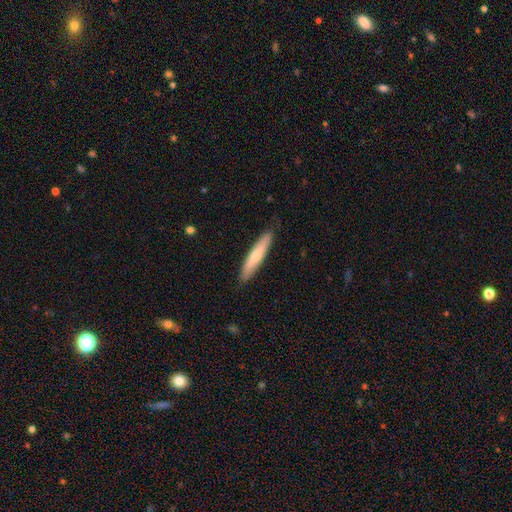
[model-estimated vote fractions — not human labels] Q: Smooth or featured?
A: smooth (63%); runner-up: featured or disk (31%)
Q: How rounded?
A: cigar-shaped (90%); runner-up: in between (9%)
Q: Merging?
A: none (88%); runner-up: minor disturbance (10%)